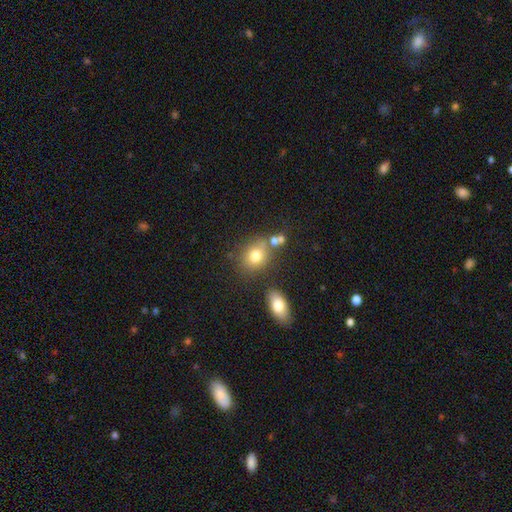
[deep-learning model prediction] This is likely a smooth galaxy (77%). How rounded: possibly in between (50%). Merging: likely none (65%).